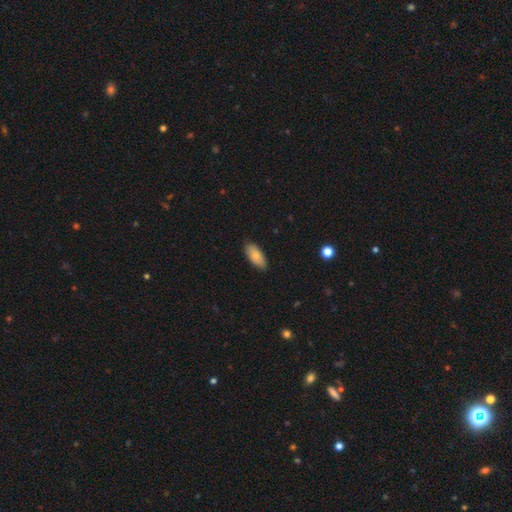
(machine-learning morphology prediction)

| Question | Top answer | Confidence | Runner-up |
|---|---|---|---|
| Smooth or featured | smooth | 82% | featured or disk (12%) |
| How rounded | in between | 87% | cigar-shaped (11%) |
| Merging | none | 87% | minor disturbance (10%) |